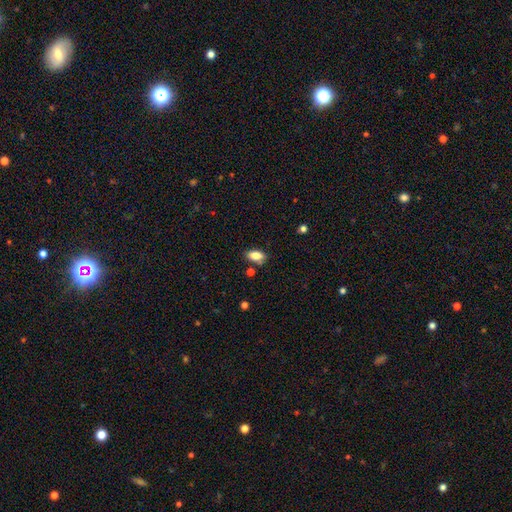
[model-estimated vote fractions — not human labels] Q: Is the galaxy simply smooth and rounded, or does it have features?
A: smooth — 83%.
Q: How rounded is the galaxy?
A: in between — 90%.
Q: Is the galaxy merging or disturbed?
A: none — 78%.